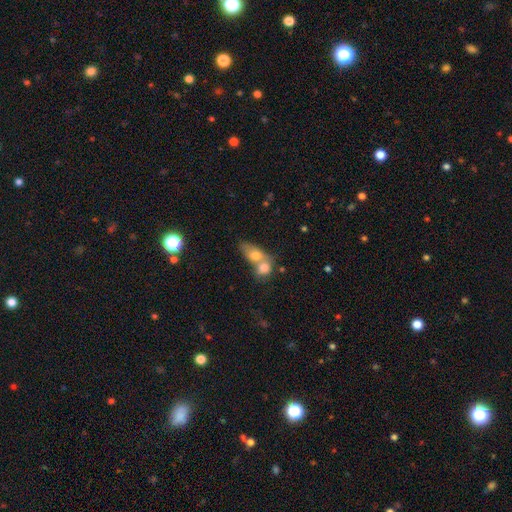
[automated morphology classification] smooth 68%, featured or disk 21%, star or artifact 11%. Down the decision tree: how rounded — in between (63%); merging — merger (70%).